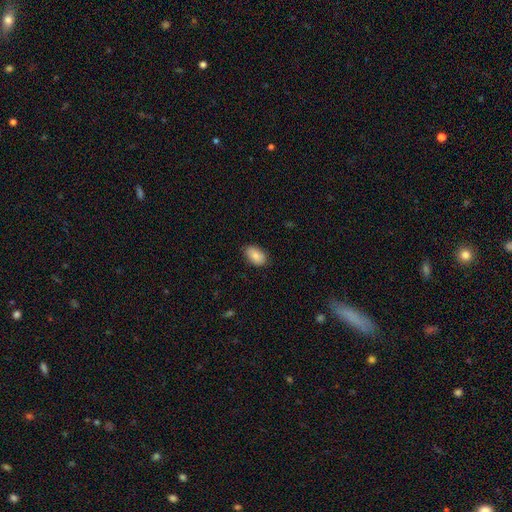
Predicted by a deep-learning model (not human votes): Smooth or featured? Predicted: smooth (p=0.83). How rounded? Predicted: in between (p=0.92). Merging? Predicted: none (p=0.84).